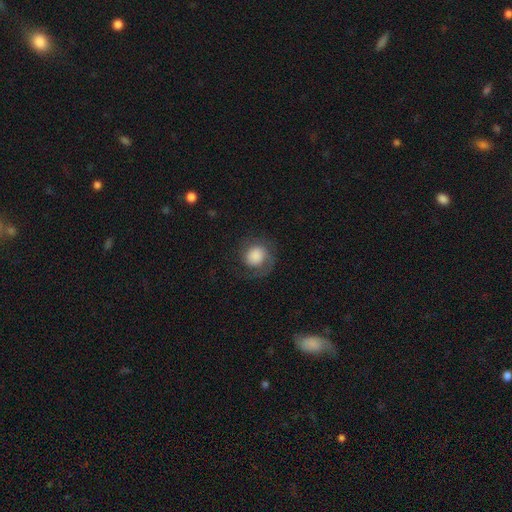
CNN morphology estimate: Smooth or featured: smooth — 51% (featured or disk — 40%)
How rounded: round — 80% (in between — 19%)
Merging: none — 63% (major disturbance — 18%)